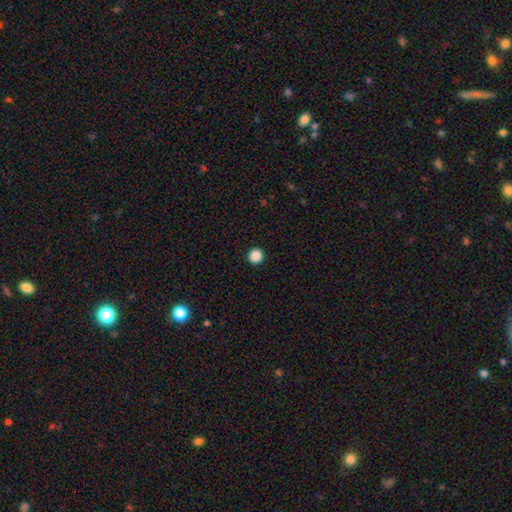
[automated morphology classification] smooth-or-featured: smooth: 88% | star or artifact: 10% | featured or disk: 2%
  how-rounded: round: 96% | in between: 3% | cigar-shaped: 1%
  merging: none: 94% | minor disturbance: 4% | major disturbance: 1% | merger: 1%